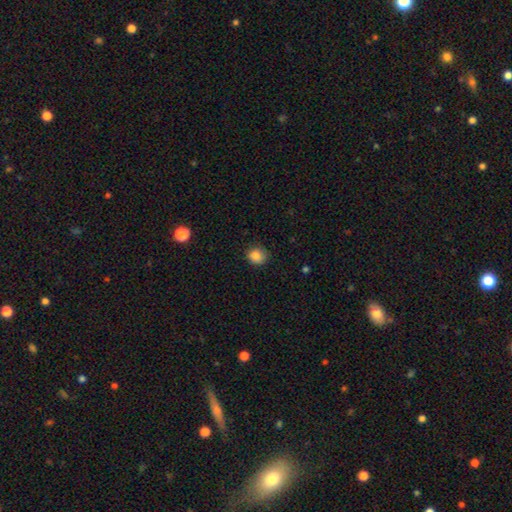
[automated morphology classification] smooth_or_featured: smooth (p=0.86) [alt: star or artifact p=0.10]
how_rounded: round (p=0.84) [alt: in between p=0.15]
merging: none (p=0.81) [alt: minor disturbance p=0.15]